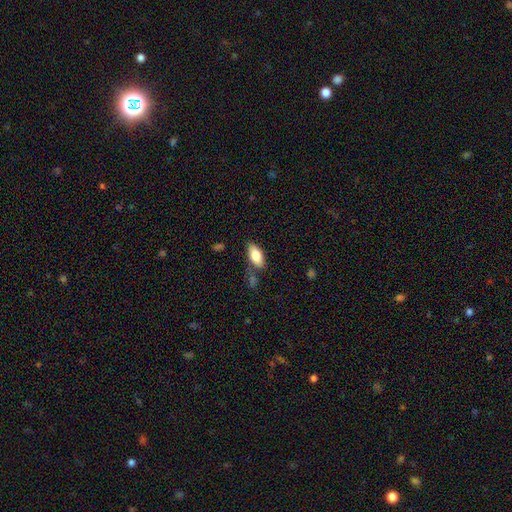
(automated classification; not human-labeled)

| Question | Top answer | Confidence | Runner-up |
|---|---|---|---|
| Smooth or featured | smooth | 80% | featured or disk (13%) |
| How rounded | in between | 88% | cigar-shaped (10%) |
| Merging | none | 68% | minor disturbance (19%) |